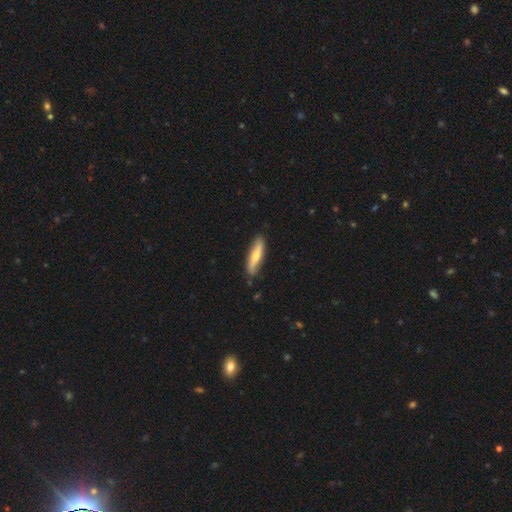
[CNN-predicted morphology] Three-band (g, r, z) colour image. It shows a smooth galaxy with no disk features (55%) that is cigar-shaped (74%). Merging: none (84%).